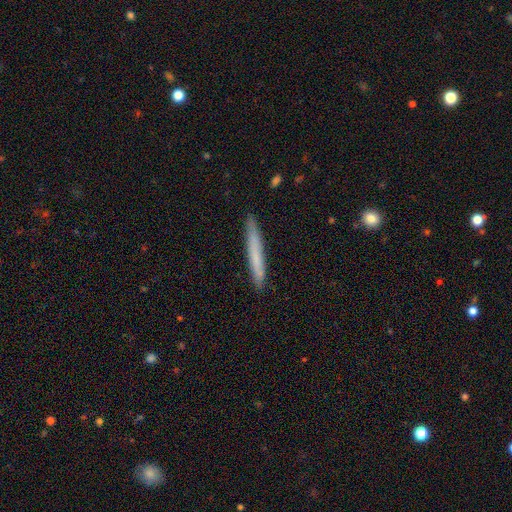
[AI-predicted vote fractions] Morphology: type=smooth (68%); roundness=cigar-shaped (97%); merging=none (90%).